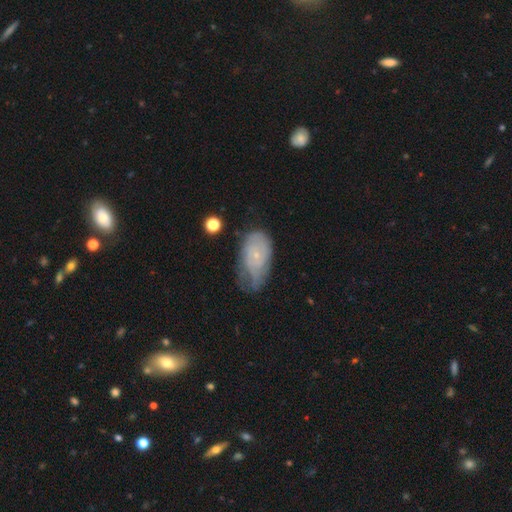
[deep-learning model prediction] This is possibly a featured or disk galaxy (48%). Merging: marginally minor disturbance (40%).